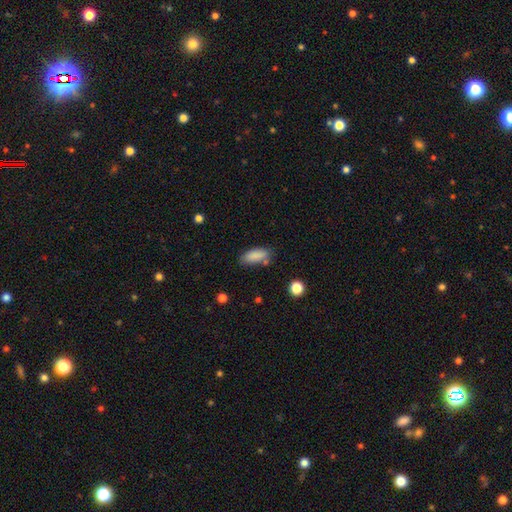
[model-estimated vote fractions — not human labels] A smooth galaxy with no disk features (87%) that is in between round and cigar-shaped (78%).

Vote fractions:
- Smooth or featured? smooth: 87% / star or artifact: 8% / featured or disk: 6%
- How rounded? in between: 78% / cigar-shaped: 20% / round: 2%
- Merging? none: 71% / minor disturbance: 18% / merger: 6% / major disturbance: 4%